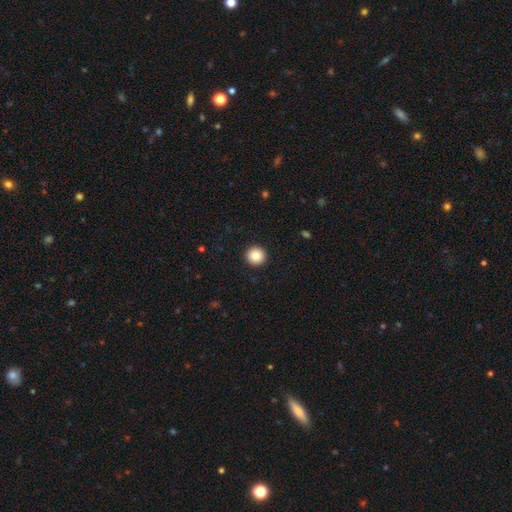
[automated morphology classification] Smooth or featured: smooth — 85% (star or artifact — 9%)
How rounded: round — 96% (in between — 3%)
Merging: none — 93% (minor disturbance — 4%)